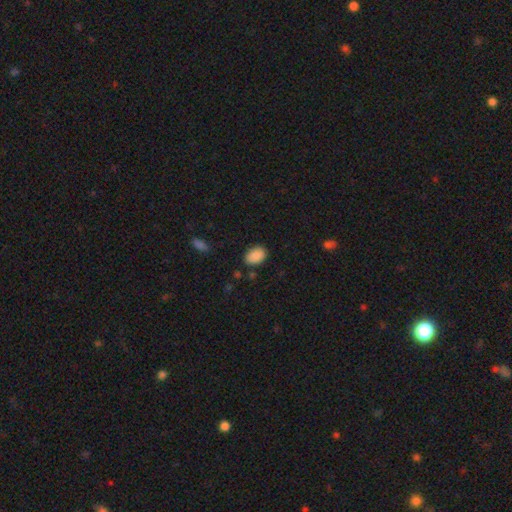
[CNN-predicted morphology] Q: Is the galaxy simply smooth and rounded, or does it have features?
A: smooth — 89%.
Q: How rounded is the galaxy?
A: in between — 83%.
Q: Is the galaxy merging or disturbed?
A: none — 81%.